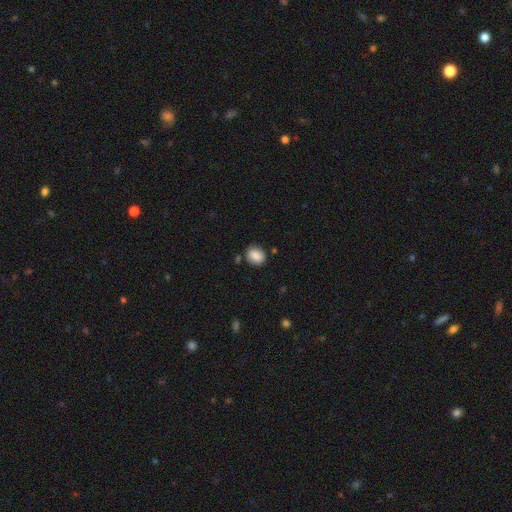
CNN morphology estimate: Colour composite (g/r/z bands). It shows a smooth galaxy with no disk features (87%) that is in between round and cigar-shaped (54%). Merging: none (79%).